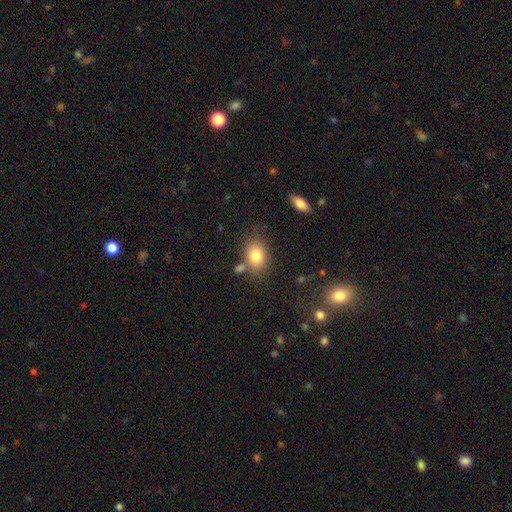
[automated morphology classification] Overall: smooth (80%). How rounded: in between (71%). Merging: none (67%).